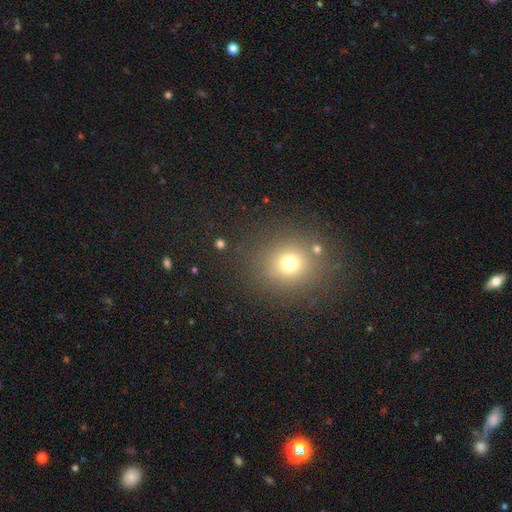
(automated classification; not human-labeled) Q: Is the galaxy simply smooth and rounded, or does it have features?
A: smooth — 62%.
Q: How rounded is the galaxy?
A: round — 80%.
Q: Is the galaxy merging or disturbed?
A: none — 87%.